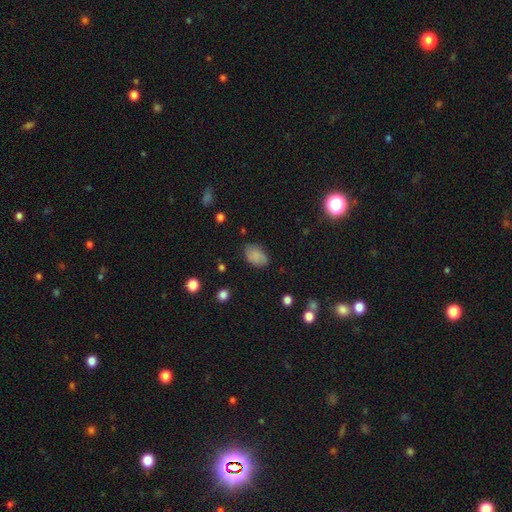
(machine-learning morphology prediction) Smooth or featured: smooth — 81% (star or artifact — 10%)
How rounded: in between — 89% (round — 10%)
Merging: none — 76% (minor disturbance — 18%)